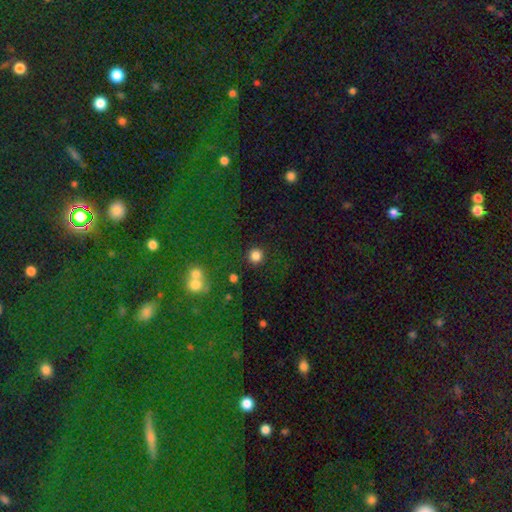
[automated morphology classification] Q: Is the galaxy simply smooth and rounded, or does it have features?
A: smooth — 82%.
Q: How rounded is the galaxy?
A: round — 93%.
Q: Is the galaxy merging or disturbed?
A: none — 88%.